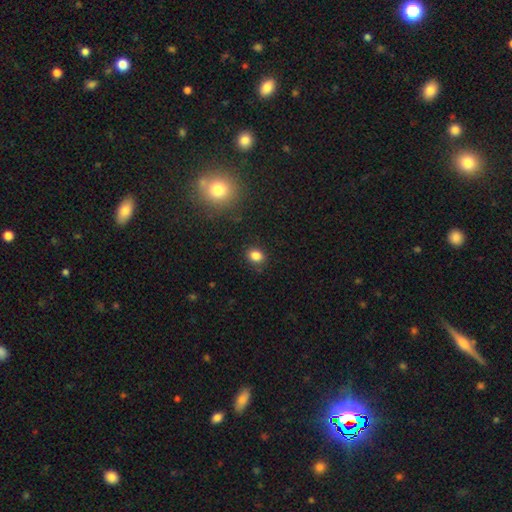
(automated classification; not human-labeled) Smooth or featured: smooth — 84% (star or artifact — 12%)
How rounded: round — 53% (in between — 46%)
Merging: none — 84% (minor disturbance — 11%)